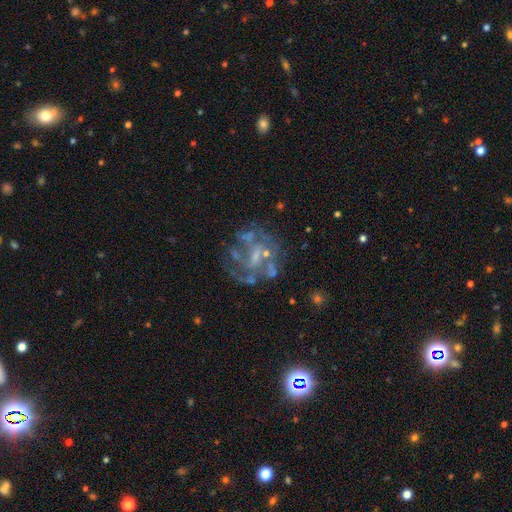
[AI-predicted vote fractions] Smooth or featured? featured or disk (76%)
Edge-on disk? no (98%)
Bar? no (57%)
Spiral arms? no (51%)
Bulge size? none (40%)
Merging? none (52%)